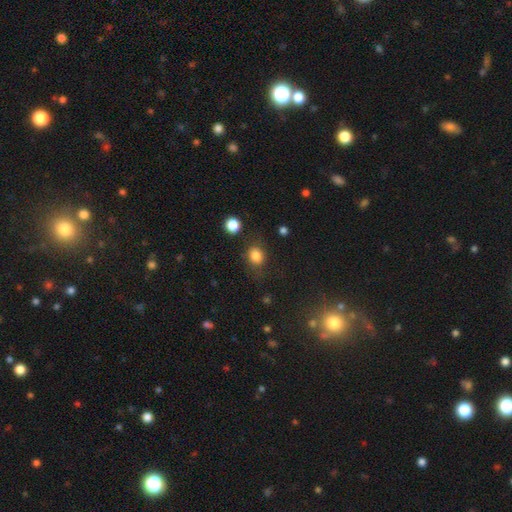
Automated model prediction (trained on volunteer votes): smooth 82%, star or artifact 12%, featured or disk 6%. Down the decision tree: how rounded — round (55%); merging — none (71%).